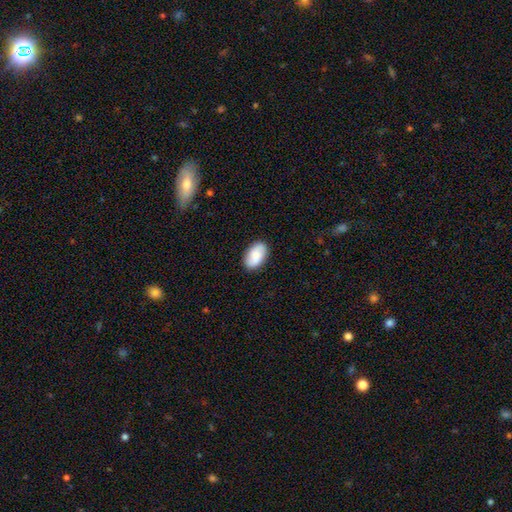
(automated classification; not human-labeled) This appears to be a smooth galaxy with no disk features (75%) that is in between round and cigar-shaped (93%). Merging: none (87%).